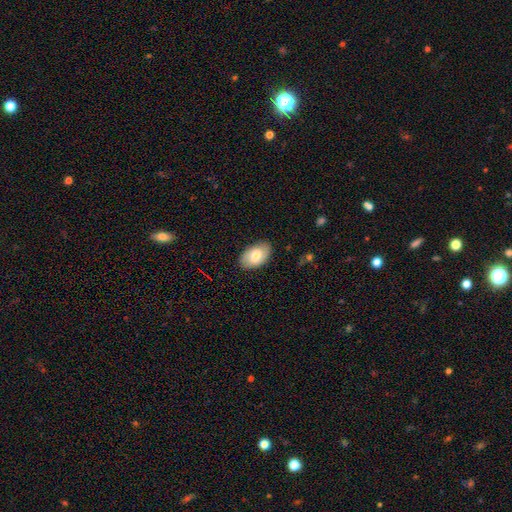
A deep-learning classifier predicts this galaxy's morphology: Smooth or featured: smooth — 69% (featured or disk — 24%)
How rounded: in between — 93% (round — 6%)
Merging: none — 84% (minor disturbance — 13%)